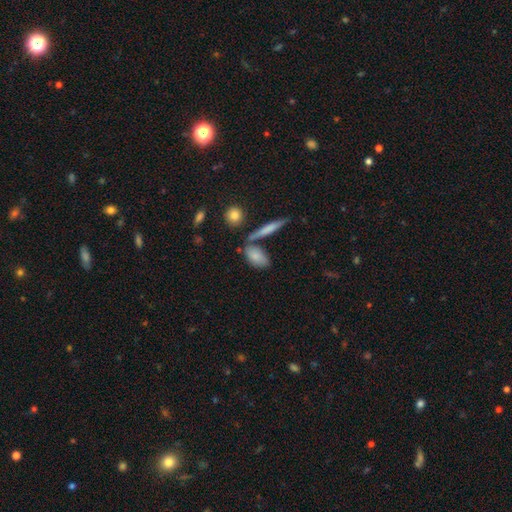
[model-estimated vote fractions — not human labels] Q: Smooth or featured?
A: smooth (78%); runner-up: featured or disk (14%)
Q: How rounded?
A: in between (80%); runner-up: cigar-shaped (14%)
Q: Merging?
A: none (57%); runner-up: merger (20%)